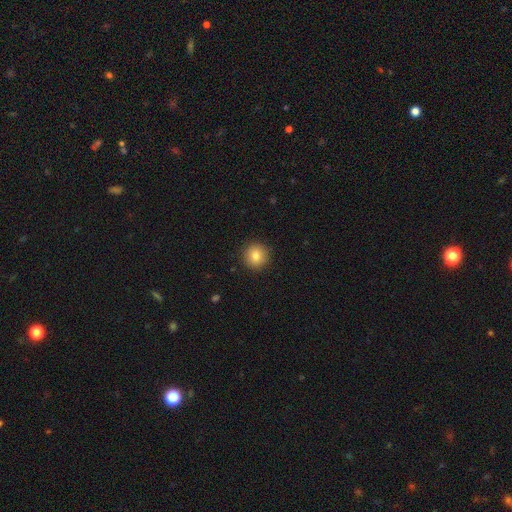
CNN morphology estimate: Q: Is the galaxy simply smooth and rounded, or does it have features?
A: smooth — 83%.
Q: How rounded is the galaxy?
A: round — 92%.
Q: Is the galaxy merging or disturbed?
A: none — 91%.